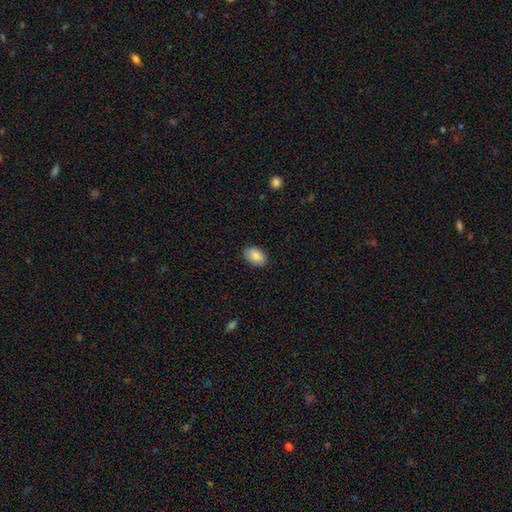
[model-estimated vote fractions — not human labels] Q: Smooth or featured?
A: smooth (87%); runner-up: star or artifact (7%)
Q: How rounded?
A: in between (90%); runner-up: round (8%)
Q: Merging?
A: none (88%); runner-up: minor disturbance (9%)